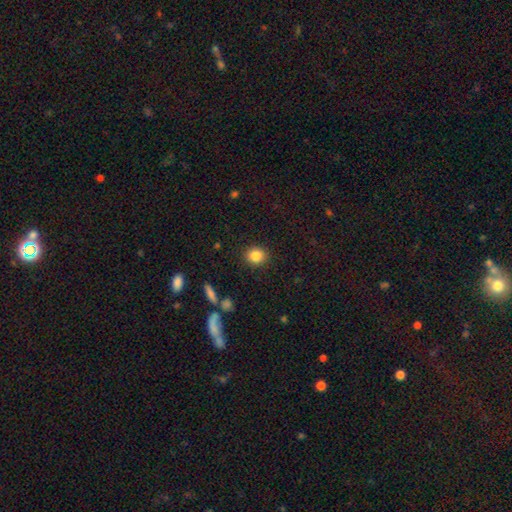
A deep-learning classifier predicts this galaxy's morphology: smooth-or-featured: smooth: 85% | star or artifact: 10% | featured or disk: 6%
  how-rounded: round: 78% | in between: 21% | cigar-shaped: 1%
  merging: none: 90% | minor disturbance: 6% | major disturbance: 2% | merger: 1%